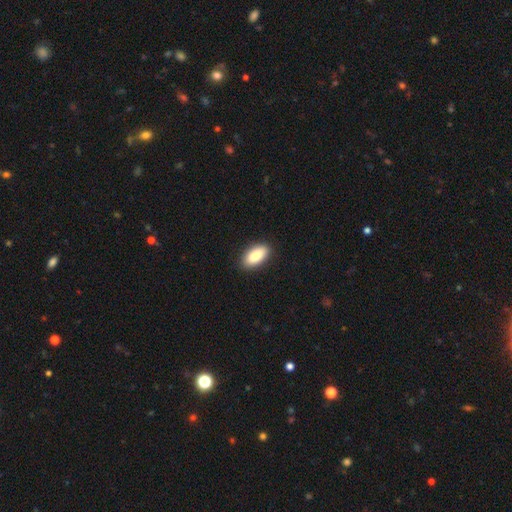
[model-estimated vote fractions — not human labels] This appears to be a smooth galaxy with no disk features (88%) that is in between round and cigar-shaped (92%). Merging: none (89%).